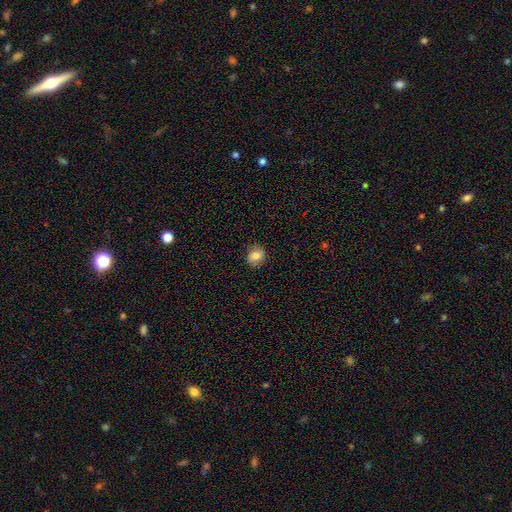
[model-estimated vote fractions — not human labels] Overall: smooth (80%). How rounded: round (72%). Merging: none (85%).